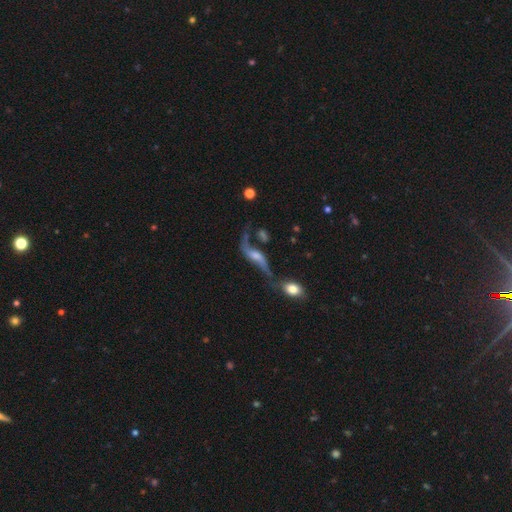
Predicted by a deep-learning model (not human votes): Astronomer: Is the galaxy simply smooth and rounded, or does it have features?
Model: featured or disk — 78%.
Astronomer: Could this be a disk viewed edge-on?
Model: no — 79%.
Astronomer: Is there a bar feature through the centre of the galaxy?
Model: no — 46% (runner-up: weak, 36%).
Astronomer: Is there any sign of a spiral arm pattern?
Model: yes — 89%.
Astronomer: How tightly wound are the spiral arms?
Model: loose — 88%.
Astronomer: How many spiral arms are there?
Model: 2 — 87%.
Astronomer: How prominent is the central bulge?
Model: moderate — 39% (runner-up: small, 38%).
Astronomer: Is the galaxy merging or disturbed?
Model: none — 39% (runner-up: major disturbance, 22%).